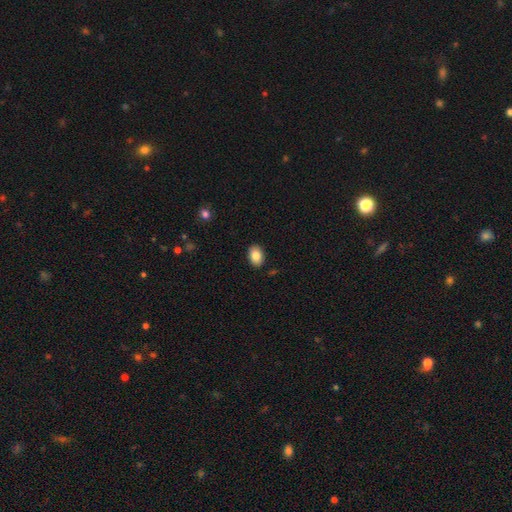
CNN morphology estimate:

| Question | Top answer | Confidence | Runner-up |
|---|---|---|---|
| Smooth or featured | smooth | 85% | star or artifact (8%) |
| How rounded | in between | 81% | round (18%) |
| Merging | none | 89% | minor disturbance (8%) |